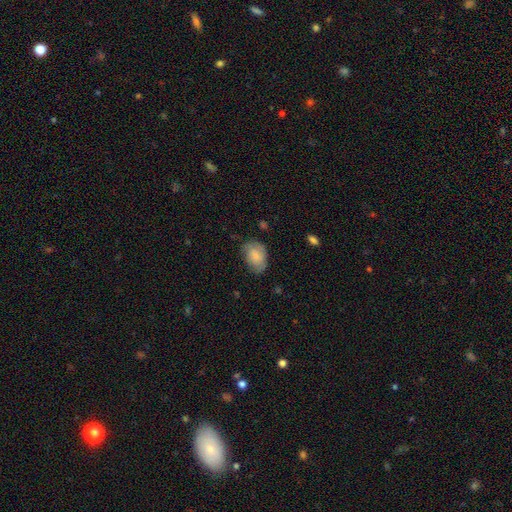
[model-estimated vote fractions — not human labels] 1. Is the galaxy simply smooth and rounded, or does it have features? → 73% smooth, 20% featured or disk, 7% star or artifact.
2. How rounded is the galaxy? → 81% in between, 18% round, 1% cigar-shaped.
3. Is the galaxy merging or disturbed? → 56% none, 31% minor disturbance, 11% major disturbance, 2% merger.